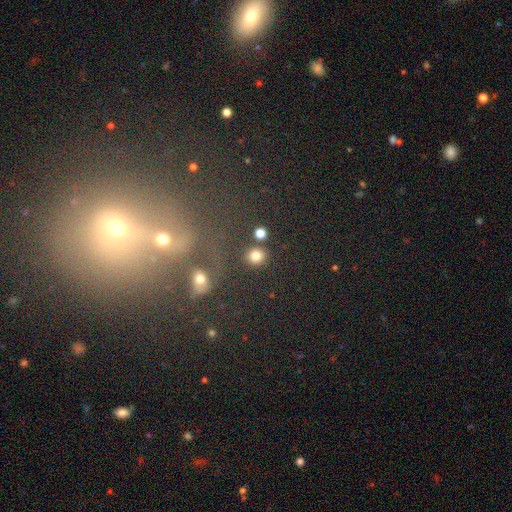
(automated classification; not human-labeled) Smooth or featured? Predicted: smooth (p=0.82). How rounded? Predicted: round (p=0.84). Merging? Predicted: none (p=0.84).